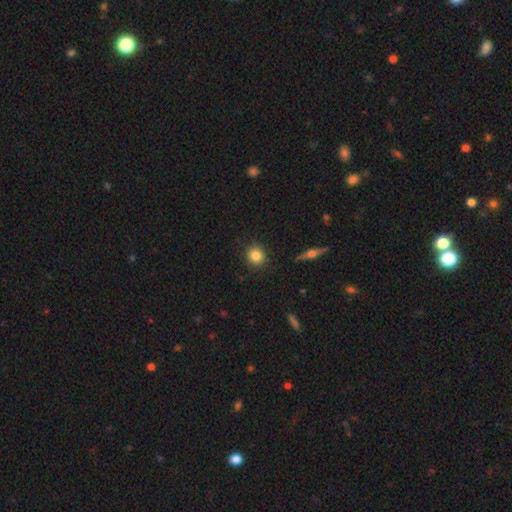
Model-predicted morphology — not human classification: Q: Smooth or featured?
A: smooth (84%); runner-up: star or artifact (9%)
Q: How rounded?
A: round (87%); runner-up: in between (11%)
Q: Merging?
A: none (89%); runner-up: minor disturbance (7%)